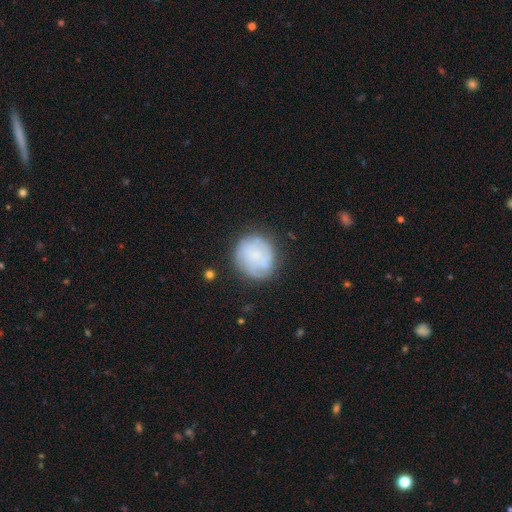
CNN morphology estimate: Smooth or featured? Predicted: smooth (p=0.55). How rounded? Predicted: round (p=0.86). Merging? Predicted: none (p=0.72).